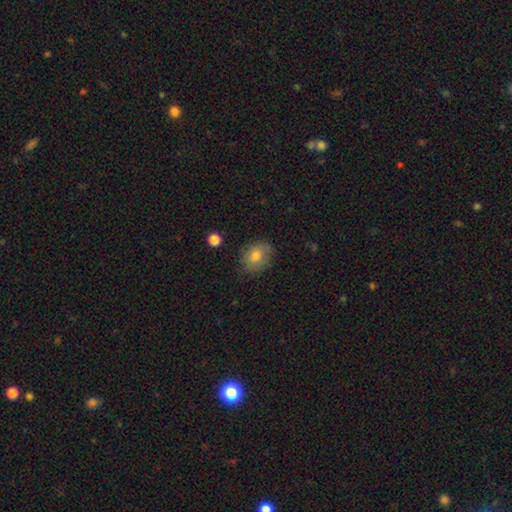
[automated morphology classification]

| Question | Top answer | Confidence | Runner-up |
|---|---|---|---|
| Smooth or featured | smooth | 77% | featured or disk (13%) |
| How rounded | in between | 53% | round (46%) |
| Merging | none | 80% | minor disturbance (15%) |